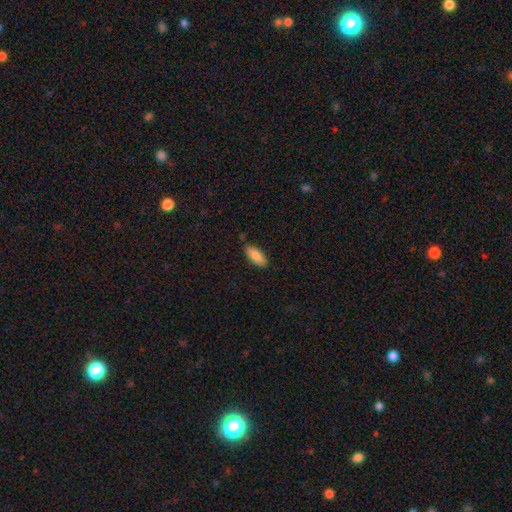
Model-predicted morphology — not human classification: Smooth or featured?
  - smooth: 88% *
  - star or artifact: 6%
  - featured or disk: 6%
How rounded?
  - in between: 78% *
  - cigar-shaped: 21%
  - round: 2%
Merging?
  - none: 85% *
  - minor disturbance: 11%
  - major disturbance: 2%
  - merger: 2%